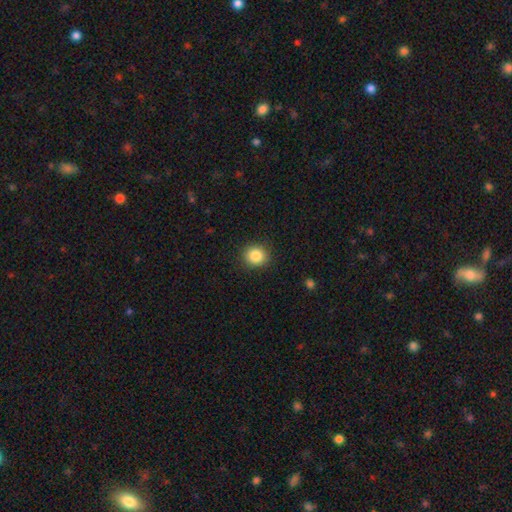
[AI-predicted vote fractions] This is clearly a smooth galaxy (86%). How rounded: clearly round (84%). Merging: clearly none (90%).